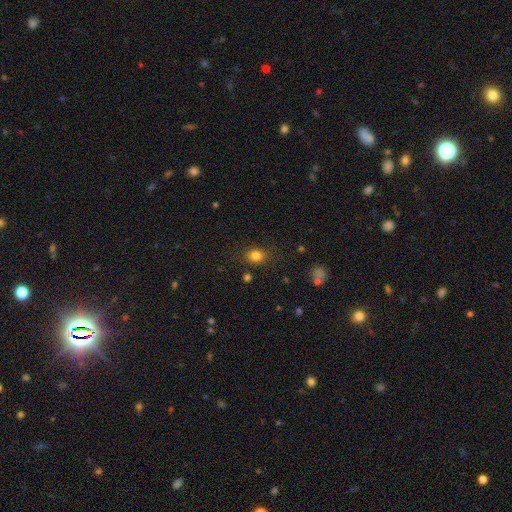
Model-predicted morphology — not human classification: Smooth or featured?
  - smooth: 80% *
  - star or artifact: 14%
  - featured or disk: 7%
How rounded?
  - round: 63% *
  - in between: 35%
  - cigar-shaped: 1%
Merging?
  - none: 82% *
  - minor disturbance: 12%
  - major disturbance: 4%
  - merger: 2%